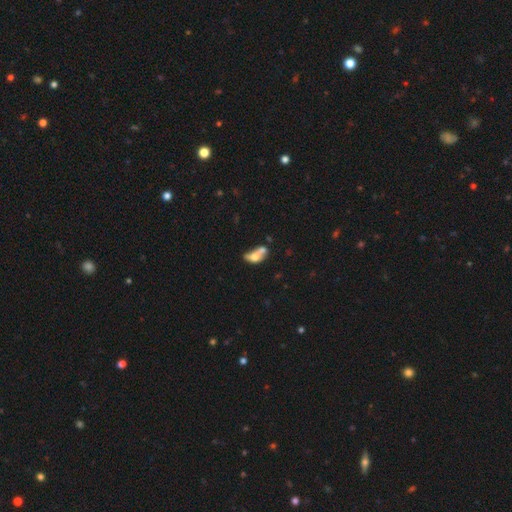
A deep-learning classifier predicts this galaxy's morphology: Q: Smooth or featured?
A: smooth (53%); runner-up: featured or disk (36%)
Q: How rounded?
A: in between (76%); runner-up: cigar-shaped (12%)
Q: Merging?
A: merger (51%); runner-up: none (20%)